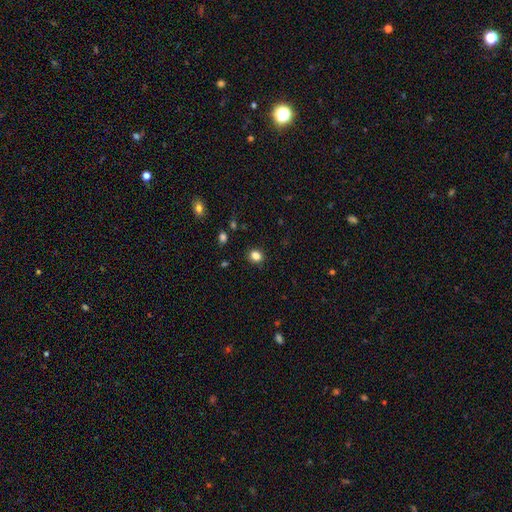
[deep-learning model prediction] Smooth or featured? Predicted: smooth (p=0.84). How rounded? Predicted: round (p=0.67). Merging? Predicted: none (p=0.89).